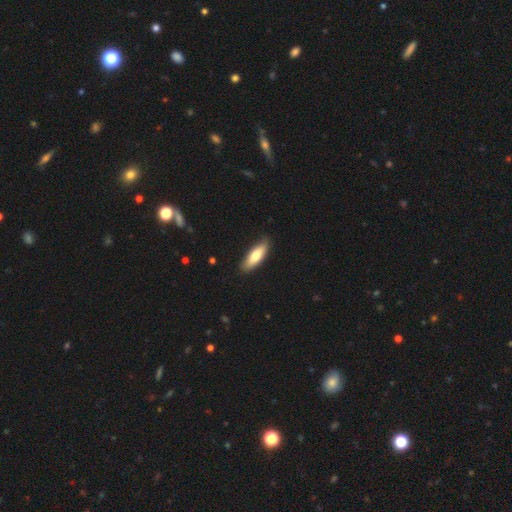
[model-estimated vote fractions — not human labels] Smooth or featured: smooth — 71% (featured or disk — 23%)
How rounded: in between — 56% (cigar-shaped — 42%)
Merging: none — 84% (minor disturbance — 13%)